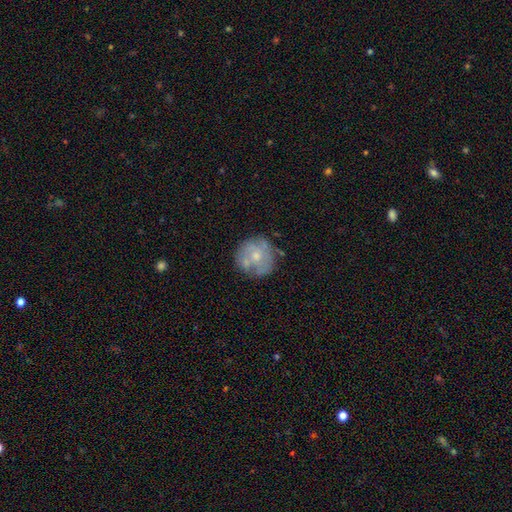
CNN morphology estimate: type=featured or disk (52%); edge-on=no (98%); bar=no (85%); spiral arms=no (63%); bulge=moderate (47%); merging=none (65%).